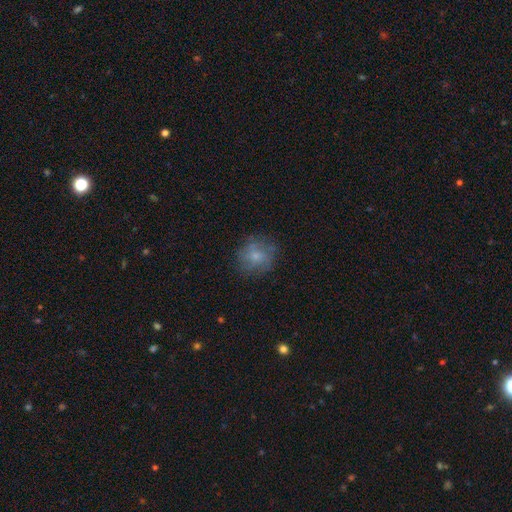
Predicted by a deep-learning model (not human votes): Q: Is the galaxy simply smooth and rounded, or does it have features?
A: smooth — 66%.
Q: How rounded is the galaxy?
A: round — 85%.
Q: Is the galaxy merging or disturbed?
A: none — 74%.